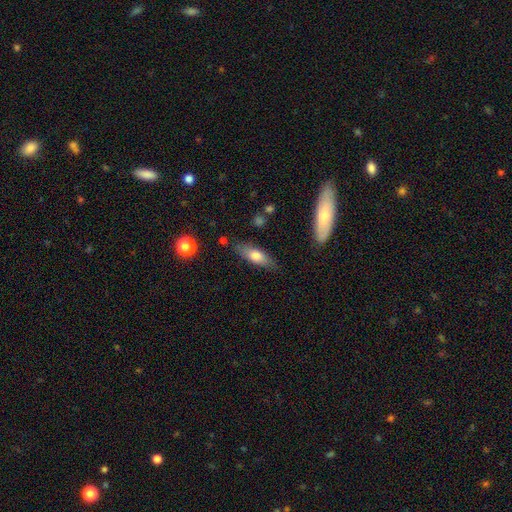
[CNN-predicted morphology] A smooth galaxy with no disk features (67%) that is in between round and cigar-shaped (57%). Merging: none (80%).